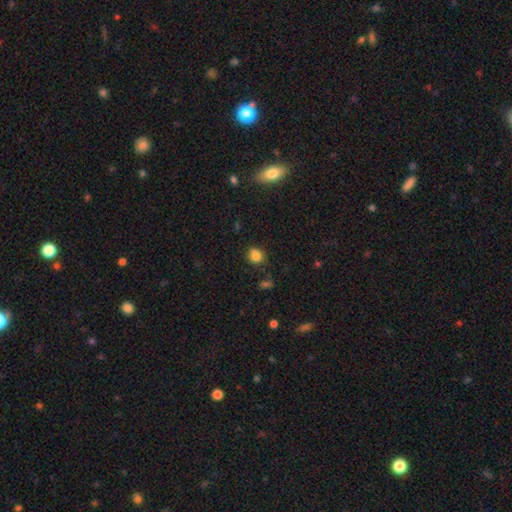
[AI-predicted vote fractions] Smooth or featured?
  - smooth: 83% *
  - star or artifact: 12%
  - featured or disk: 5%
How rounded?
  - round: 63% *
  - in between: 35%
  - cigar-shaped: 1%
Merging?
  - none: 82% *
  - minor disturbance: 13%
  - major disturbance: 3%
  - merger: 2%